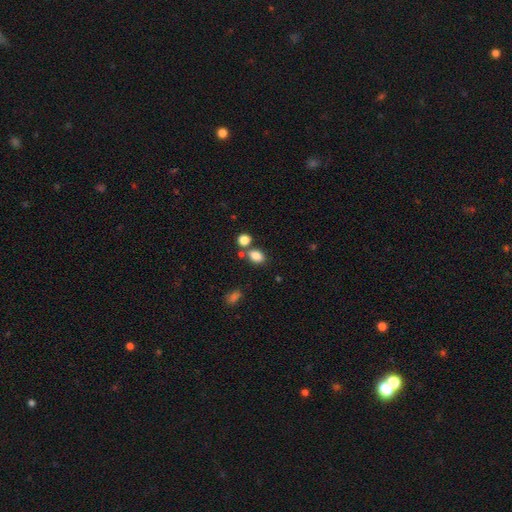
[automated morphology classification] smooth_or_featured: smooth (p=0.84) [alt: star or artifact p=0.11]
how_rounded: in between (p=0.78) [alt: round p=0.20]
merging: none (p=0.63) [alt: merger p=0.21]